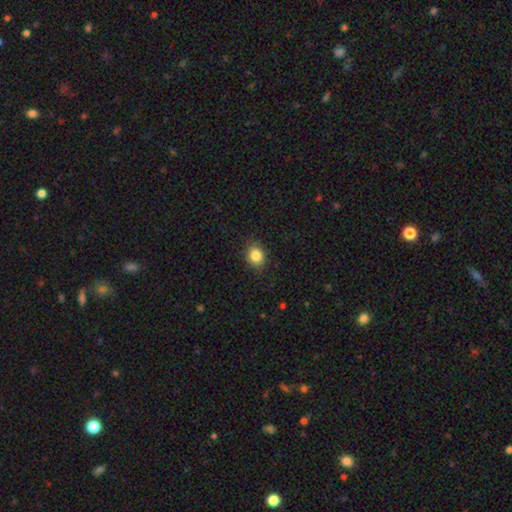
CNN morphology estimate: Smooth or featured?
  - smooth: 85% *
  - star or artifact: 10%
  - featured or disk: 5%
How rounded?
  - round: 60% *
  - in between: 39%
  - cigar-shaped: 1%
Merging?
  - none: 85% *
  - minor disturbance: 12%
  - major disturbance: 3%
  - merger: 1%